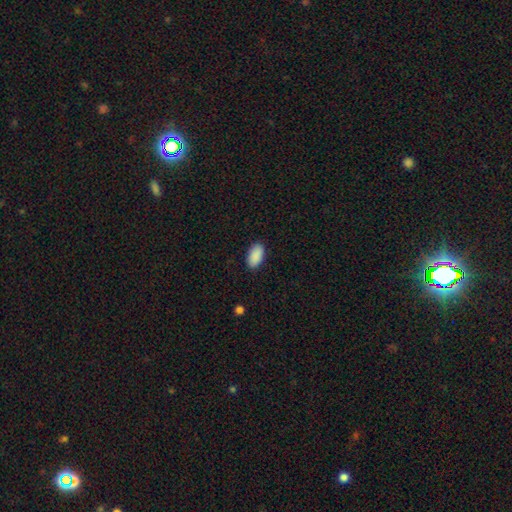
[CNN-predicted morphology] Smooth or featured?
  - smooth: 91% *
  - star or artifact: 6%
  - featured or disk: 3%
How rounded?
  - in between: 95% *
  - cigar-shaped: 3%
  - round: 2%
Merging?
  - none: 89% *
  - minor disturbance: 8%
  - major disturbance: 2%
  - merger: 1%